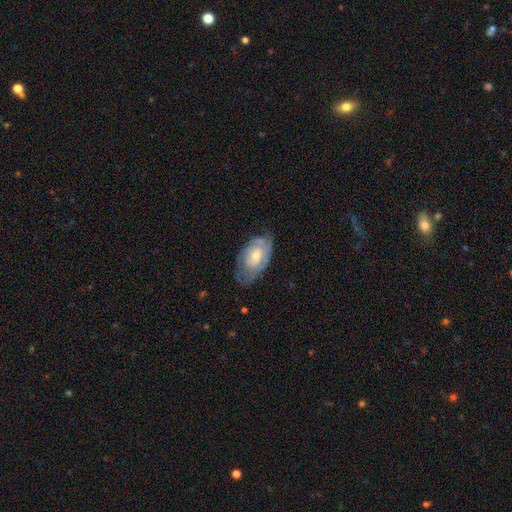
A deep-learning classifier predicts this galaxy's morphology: smooth-or-featured: featured or disk: 62% | smooth: 31% | star or artifact: 7%
  disk-edge-on: no: 93% | yes: 7%
    bar: no: 73% | weak: 23% | strong: 4%
    has-spiral-arms: yes: 75% | no: 25%
    bulge-size: moderate: 56% | small: 36% | large: 5% | none: 2% | dominant: 1%
  merging: none: 62% | minor disturbance: 28% | major disturbance: 9% | merger: 1%